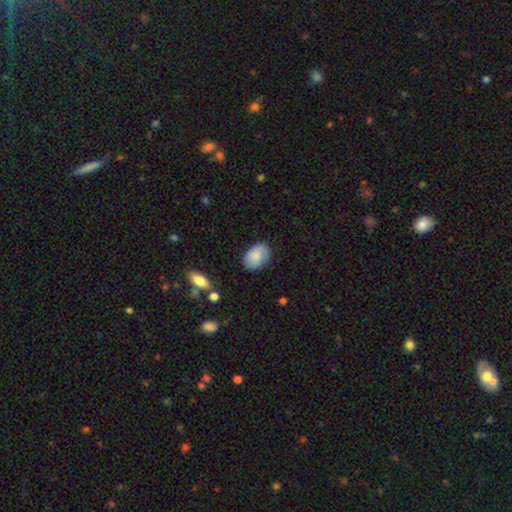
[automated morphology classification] Smooth or featured? Predicted: smooth (p=0.84). How rounded? Predicted: in between (p=0.83). Merging? Predicted: none (p=0.79).